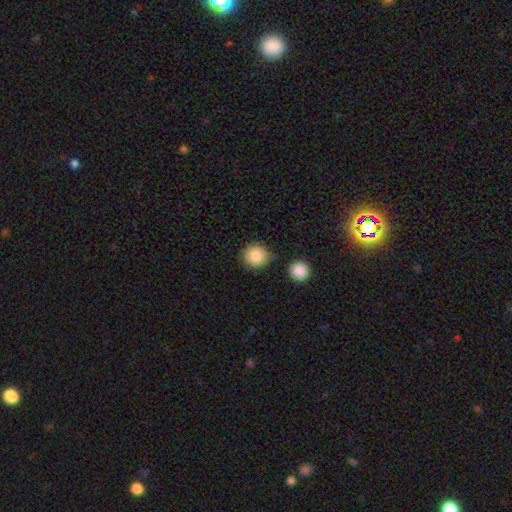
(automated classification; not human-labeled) The model was most divided on "merging": none: 82%, minor disturbance: 10%, merger: 6%, major disturbance: 3%. More confident: how rounded — round (92%); smooth or featured — smooth (86%).